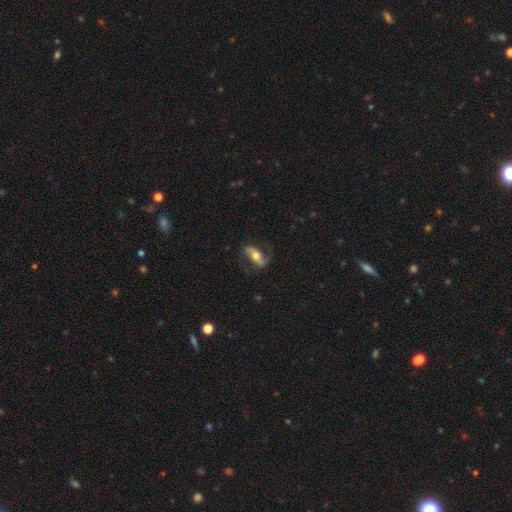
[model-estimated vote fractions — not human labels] Smooth or featured?
  - featured or disk: 77% *
  - smooth: 17%
  - star or artifact: 6%
Edge-on disk?
  - no: 92% *
  - yes: 8%
Bar?
  - strong: 41% *
  - no: 30%
  - weak: 29%
Spiral arms?
  - yes: 92% *
  - no: 8%
Spiral winding?
  - loose: 54% *
  - medium: 35%
  - tight: 11%
Spiral arm count?
  - 2: 89% *
  - 1: 5%
  - can't tell: 3%
  - 3: 1%
  - 4: 1%
  - more than 4: 1%
Bulge size?
  - moderate: 67% *
  - small: 19%
  - large: 11%
  - none: 2%
  - dominant: 2%
Merging?
  - none: 71% *
  - minor disturbance: 16%
  - major disturbance: 11%
  - merger: 2%